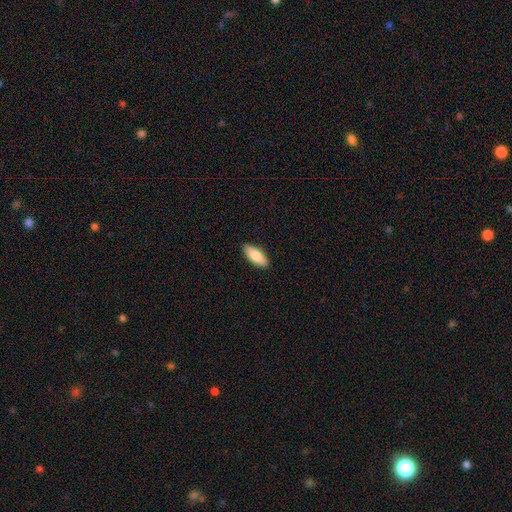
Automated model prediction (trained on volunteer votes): A smooth galaxy with no disk features (84%) that is in between round and cigar-shaped (80%).

Vote fractions:
- Smooth or featured? smooth: 84% / featured or disk: 11% / star or artifact: 6%
- How rounded? in between: 80% / cigar-shaped: 18% / round: 2%
- Merging? none: 90% / minor disturbance: 8% / major disturbance: 2% / merger: 1%